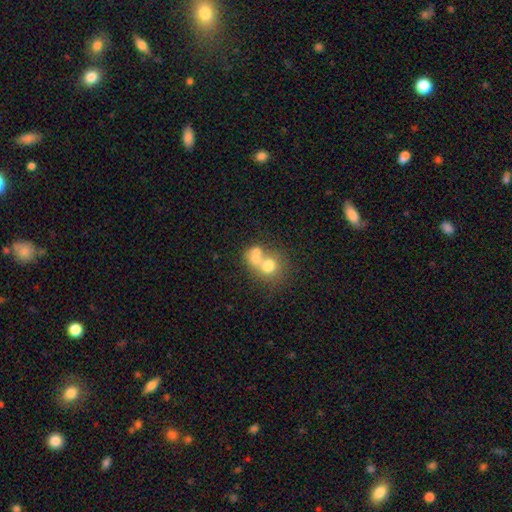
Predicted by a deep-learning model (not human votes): smooth_or_featured: smooth (p=0.63) [alt: featured or disk p=0.25]
how_rounded: round (p=0.69) [alt: in between p=0.30]
merging: merger (p=0.63) [alt: none p=0.25]